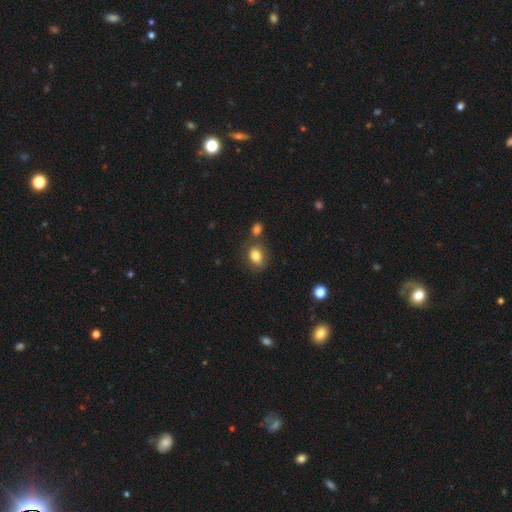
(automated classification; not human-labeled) Smooth or featured: smooth — 81% (featured or disk — 9%)
How rounded: in between — 65% (round — 34%)
Merging: none — 64% (merger — 18%)